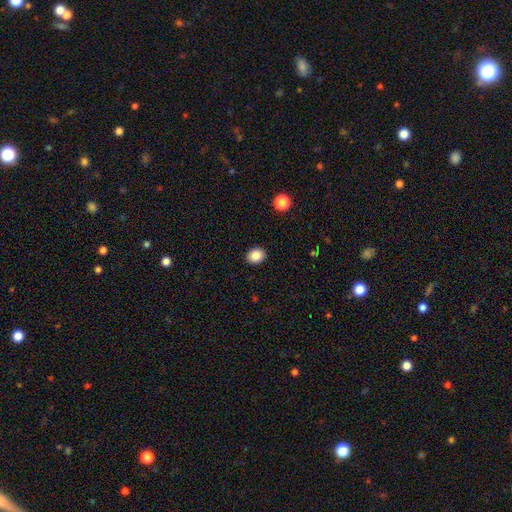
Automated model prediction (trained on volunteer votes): smooth 86%, star or artifact 9%, featured or disk 4%. Down the decision tree: how rounded — round (53%); merging — none (91%).